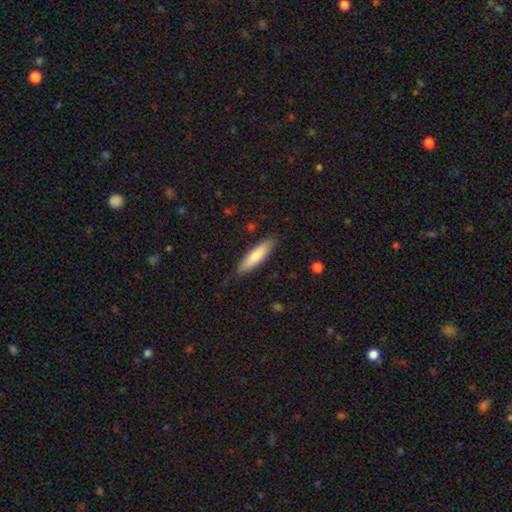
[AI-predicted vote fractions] Smooth or featured?
  - smooth: 79% *
  - featured or disk: 15%
  - star or artifact: 5%
How rounded?
  - cigar-shaped: 72% *
  - in between: 27%
  - round: 1%
Merging?
  - none: 86% *
  - minor disturbance: 10%
  - major disturbance: 2%
  - merger: 1%